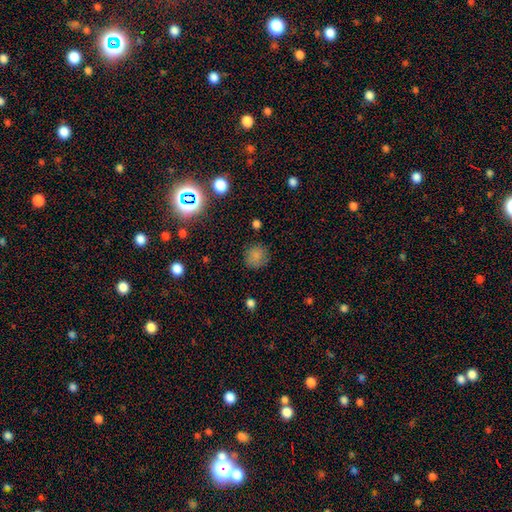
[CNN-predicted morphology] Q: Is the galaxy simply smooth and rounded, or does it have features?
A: smooth — 79%.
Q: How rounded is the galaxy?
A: round — 87%.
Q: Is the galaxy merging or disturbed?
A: none — 83%.